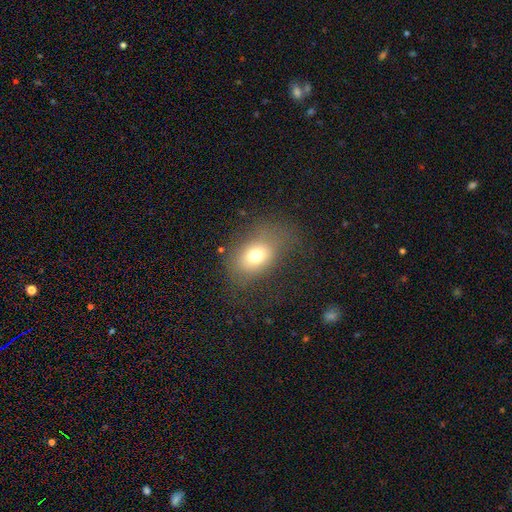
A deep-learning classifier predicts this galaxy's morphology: A smooth galaxy with no disk features (71%) that is in between round and cigar-shaped (71%).

Vote fractions:
- Smooth or featured? smooth: 71% / featured or disk: 16% / star or artifact: 13%
- How rounded? in between: 71% / round: 27% / cigar-shaped: 1%
- Merging? none: 59% / minor disturbance: 21% / major disturbance: 18% / merger: 2%